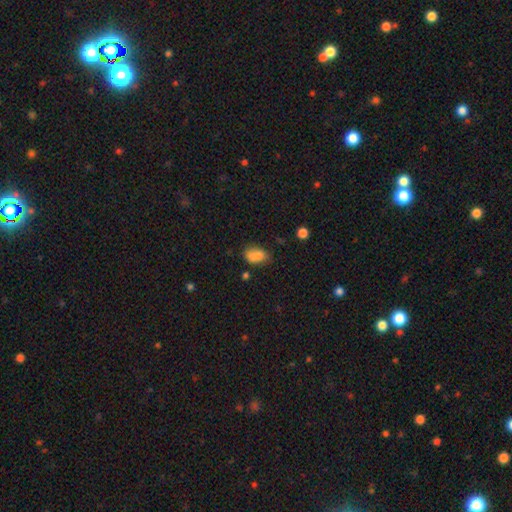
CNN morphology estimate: Smooth or featured? smooth (80%)
How rounded? in between (87%)
Merging? none (54%)